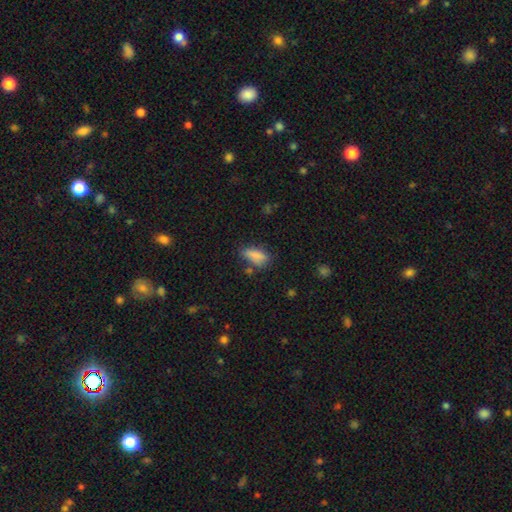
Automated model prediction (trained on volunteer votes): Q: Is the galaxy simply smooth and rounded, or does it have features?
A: smooth — 81%.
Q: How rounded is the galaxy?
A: in between — 75%.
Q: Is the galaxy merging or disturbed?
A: none — 59%.